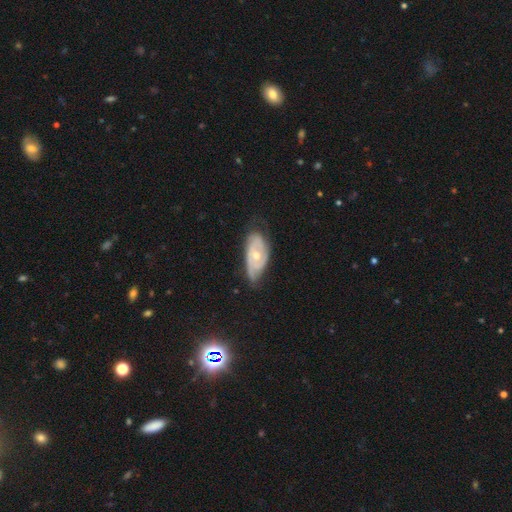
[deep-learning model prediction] featured or disk 73%, smooth 22%, star or artifact 6%. Down the decision tree: edge-on disk — no (91%); bar — no (79%); spiral arms — yes (80%); spiral arm count — can't tell (39%); spiral winding — tight (61%); bulge size — moderate (60%); merging — none (56%).